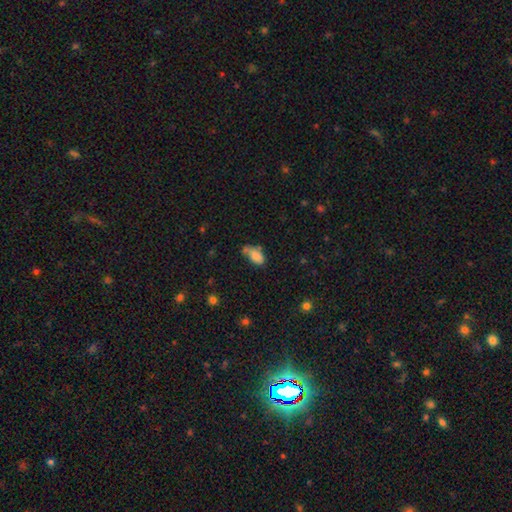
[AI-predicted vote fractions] The model was most divided on "merging": none: 40%, minor disturbance: 32%, merger: 17%, major disturbance: 11%. More confident: how rounded — in between (91%); smooth or featured — smooth (81%).